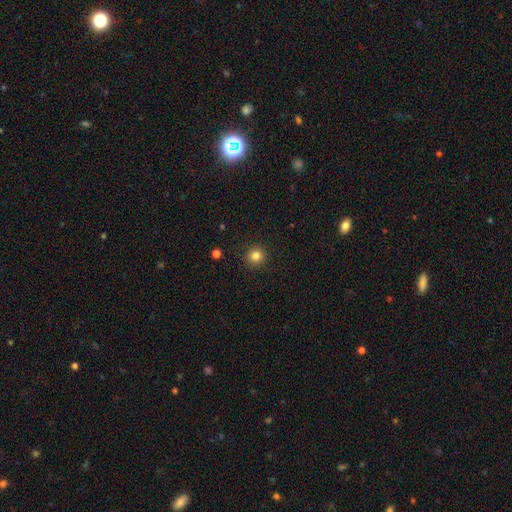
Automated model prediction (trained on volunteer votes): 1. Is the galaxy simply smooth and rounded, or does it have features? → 83% smooth, 12% star or artifact, 5% featured or disk.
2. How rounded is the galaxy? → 95% round, 5% in between, 1% cigar-shaped.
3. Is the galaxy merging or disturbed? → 92% none, 5% minor disturbance, 2% major disturbance, 1% merger.